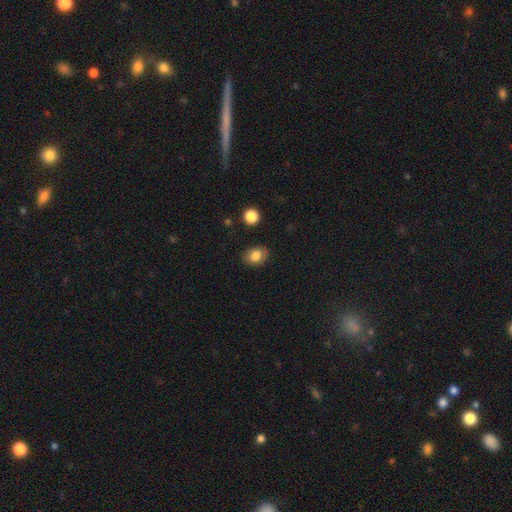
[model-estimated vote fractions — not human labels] This appears to be a smooth galaxy with no disk features (81%) that is in between round and cigar-shaped (59%). Merging: none (82%).